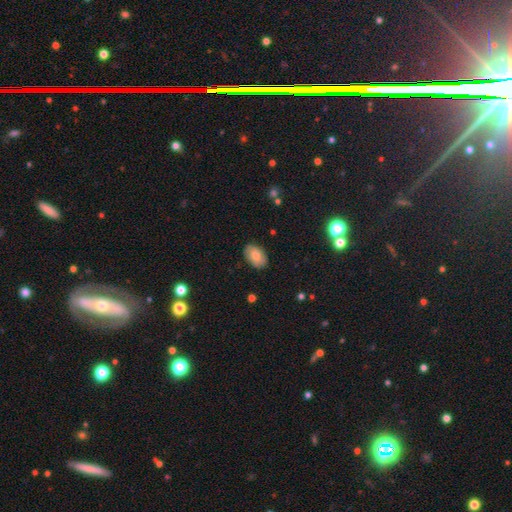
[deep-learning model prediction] A smooth galaxy with no disk features (74%) that is in between round and cigar-shaped (90%).

Vote fractions:
- Smooth or featured? smooth: 74% / featured or disk: 18% / star or artifact: 8%
- How rounded? in between: 90% / round: 8% / cigar-shaped: 1%
- Merging? none: 84% / minor disturbance: 12% / major disturbance: 2% / merger: 1%